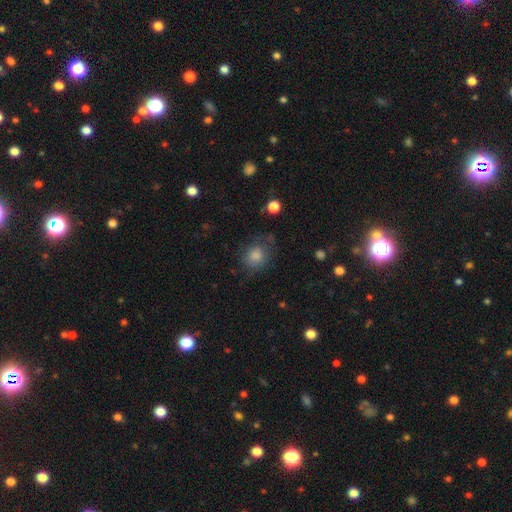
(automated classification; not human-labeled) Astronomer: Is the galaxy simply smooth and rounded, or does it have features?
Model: smooth — 80%.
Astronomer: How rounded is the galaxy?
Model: round — 72%.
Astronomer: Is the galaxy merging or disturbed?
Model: none — 64%.